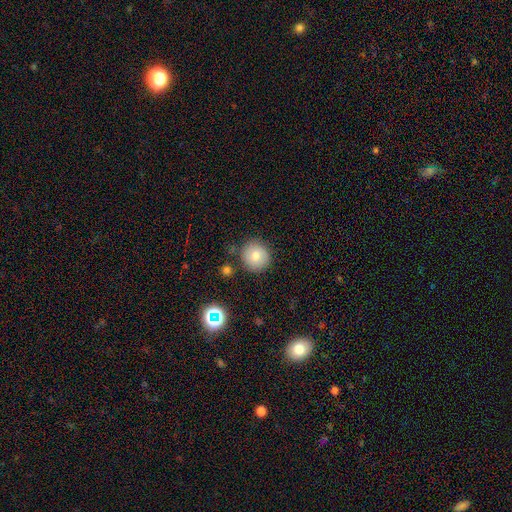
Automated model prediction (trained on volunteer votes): A smooth galaxy with no disk features (77%) that is round (91%). Merging: none (83%).